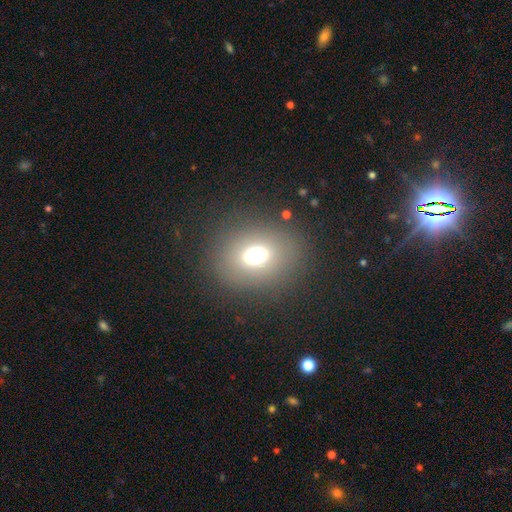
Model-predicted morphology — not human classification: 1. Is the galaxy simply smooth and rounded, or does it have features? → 66% smooth, 20% star or artifact, 14% featured or disk.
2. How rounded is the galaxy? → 57% round, 42% in between, 1% cigar-shaped.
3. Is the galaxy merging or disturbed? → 83% none, 8% minor disturbance, 6% major disturbance, 2% merger.